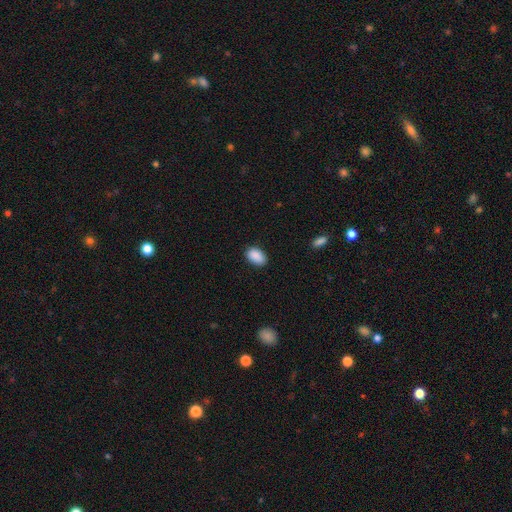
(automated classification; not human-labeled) Smooth or featured?
  - smooth: 90% *
  - star or artifact: 7%
  - featured or disk: 3%
How rounded?
  - in between: 90% *
  - round: 9%
  - cigar-shaped: 1%
Merging?
  - none: 84% *
  - minor disturbance: 13%
  - major disturbance: 2%
  - merger: 1%